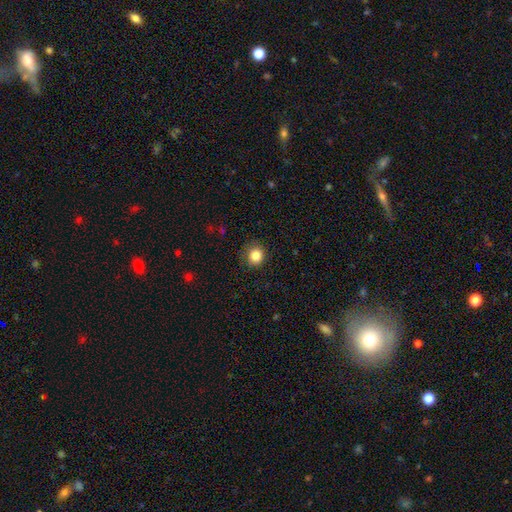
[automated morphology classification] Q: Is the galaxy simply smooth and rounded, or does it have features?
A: smooth — 84%.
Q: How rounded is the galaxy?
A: round — 88%.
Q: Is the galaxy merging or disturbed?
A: none — 86%.